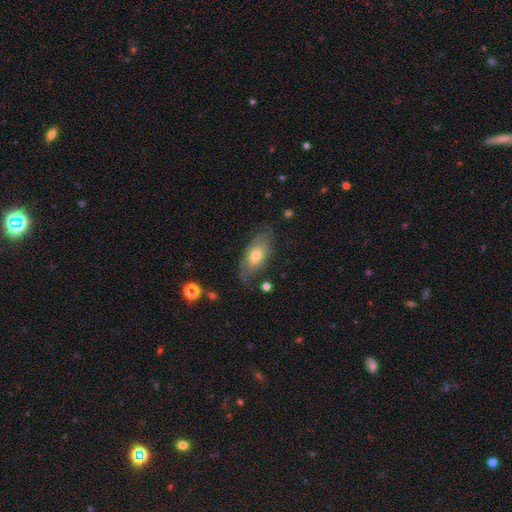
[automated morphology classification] A featured or disk galaxy (56%). Merging: none (64%).